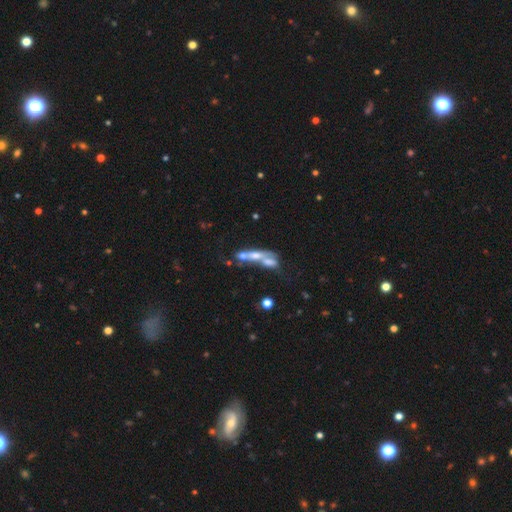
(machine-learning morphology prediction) smooth-or-featured: featured or disk: 46% | smooth: 41% | star or artifact: 13%
  merging: merger: 63% | none: 16% | major disturbance: 12% | minor disturbance: 8%